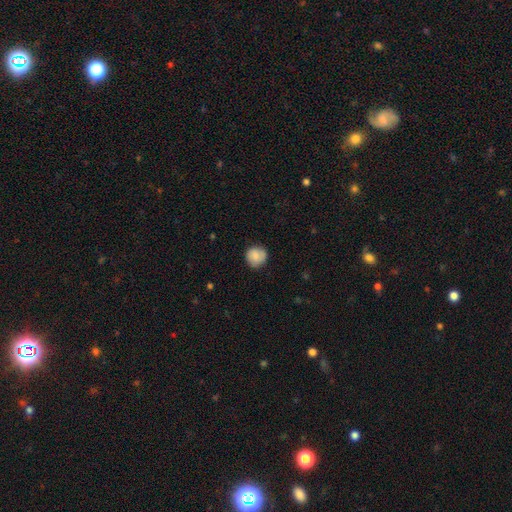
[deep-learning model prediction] A smooth galaxy with no disk features (82%) that is round (91%).

Vote fractions:
- Smooth or featured? smooth: 82% / featured or disk: 11% / star or artifact: 8%
- How rounded? round: 91% / in between: 8% / cigar-shaped: 1%
- Merging? none: 80% / minor disturbance: 16% / major disturbance: 3% / merger: 1%